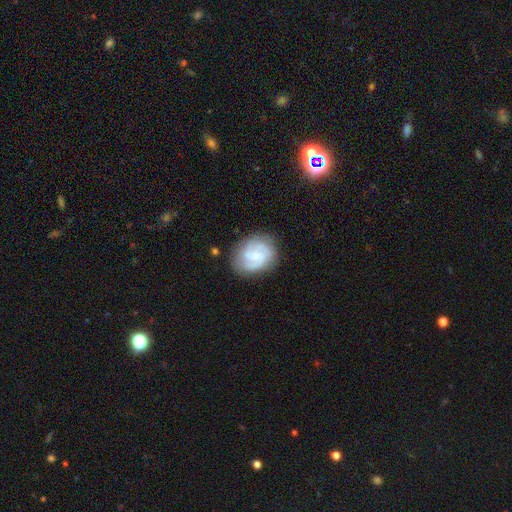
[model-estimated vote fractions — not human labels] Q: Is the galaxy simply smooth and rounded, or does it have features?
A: featured or disk — 76%.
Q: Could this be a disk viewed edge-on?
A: no — 98%.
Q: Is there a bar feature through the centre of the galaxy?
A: no — 68%.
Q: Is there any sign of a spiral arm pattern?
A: yes — 95%.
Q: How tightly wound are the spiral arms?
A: tight — 50%.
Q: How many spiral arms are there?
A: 3 — 41%.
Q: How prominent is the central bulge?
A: small — 69%.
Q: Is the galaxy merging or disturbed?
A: none — 79%.